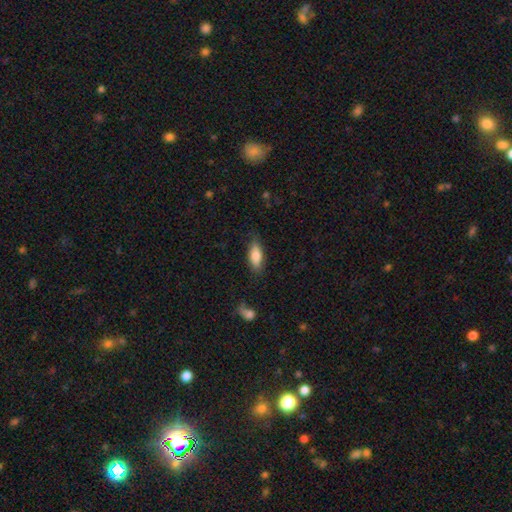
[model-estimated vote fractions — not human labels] A smooth galaxy with no disk features (79%) that is in between round and cigar-shaped (78%). Merging: none (77%).